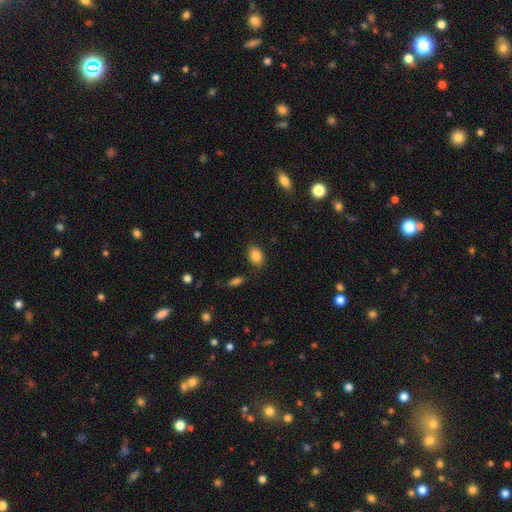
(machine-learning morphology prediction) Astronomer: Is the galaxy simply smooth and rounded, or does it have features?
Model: smooth — 86%.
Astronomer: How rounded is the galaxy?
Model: in between — 79%.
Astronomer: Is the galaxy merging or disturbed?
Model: none — 80%.